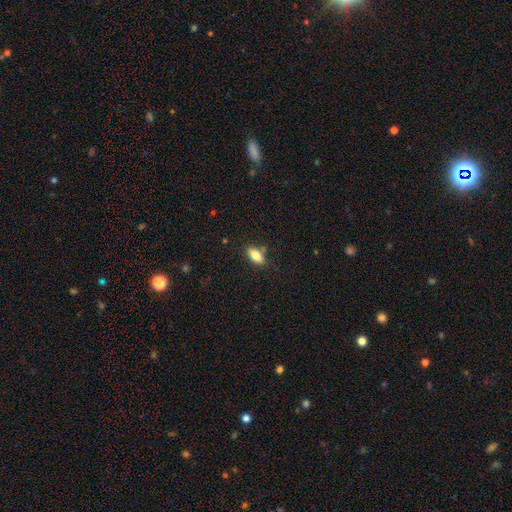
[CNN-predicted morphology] smooth_or_featured: smooth (p=0.80) [alt: featured or disk p=0.12]
how_rounded: in between (p=0.86) [alt: cigar-shaped p=0.11]
merging: none (p=0.82) [alt: minor disturbance p=0.12]